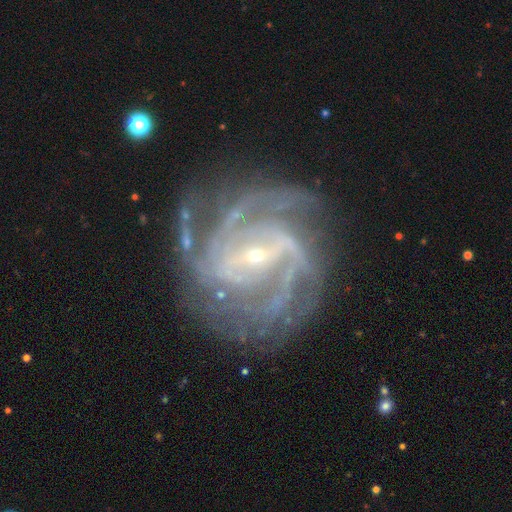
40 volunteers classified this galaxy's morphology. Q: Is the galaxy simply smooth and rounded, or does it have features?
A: featured or disk — 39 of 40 (98%).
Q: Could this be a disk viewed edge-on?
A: no — 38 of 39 (97%).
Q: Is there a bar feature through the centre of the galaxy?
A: strong — 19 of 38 (50%).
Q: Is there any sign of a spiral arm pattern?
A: yes — 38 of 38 (100%).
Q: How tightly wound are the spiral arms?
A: tight — 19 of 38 (50%).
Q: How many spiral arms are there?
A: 4 — 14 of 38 (37%).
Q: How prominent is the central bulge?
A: small — 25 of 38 (66%).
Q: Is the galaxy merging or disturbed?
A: none — 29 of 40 (72%).